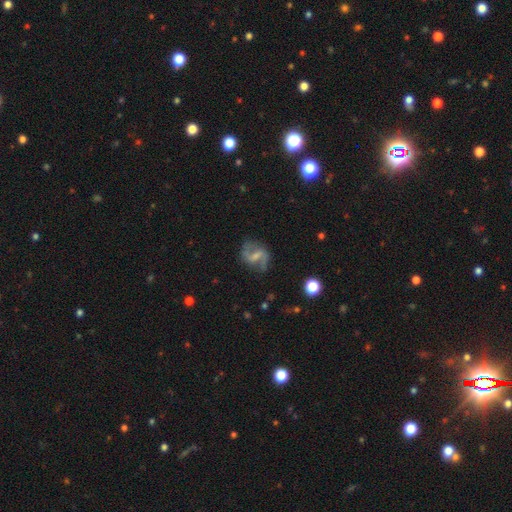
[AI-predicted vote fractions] Q: Smooth or featured?
A: featured or disk (79%); runner-up: smooth (14%)
Q: Edge-on disk?
A: no (97%); runner-up: yes (3%)
Q: Bar?
A: weak (47%); runner-up: strong (35%)
Q: Spiral arms?
A: yes (91%); runner-up: no (9%)
Q: Spiral winding?
A: loose (51%); runner-up: medium (40%)
Q: Spiral arm count?
A: 2 (90%); runner-up: can't tell (4%)
Q: Bulge size?
A: small (45%); runner-up: moderate (26%)
Q: Merging?
A: none (72%); runner-up: minor disturbance (17%)